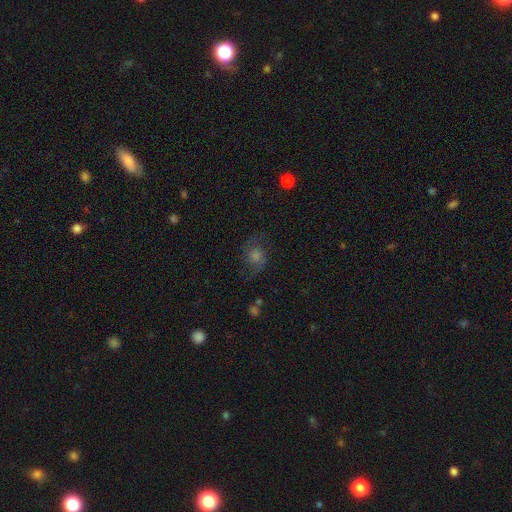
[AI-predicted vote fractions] Smooth or featured?
  - featured or disk: 52% *
  - smooth: 25%
  - star or artifact: 22%
Edge-on disk?
  - no: 96% *
  - yes: 4%
Bar?
  - no: 72% *
  - weak: 24%
  - strong: 4%
Spiral arms?
  - yes: 90% *
  - no: 10%
Bulge size?
  - moderate: 49% *
  - small: 24%
  - large: 17%
  - none: 6%
  - dominant: 4%
Merging?
  - none: 74% *
  - minor disturbance: 15%
  - major disturbance: 9%
  - merger: 2%